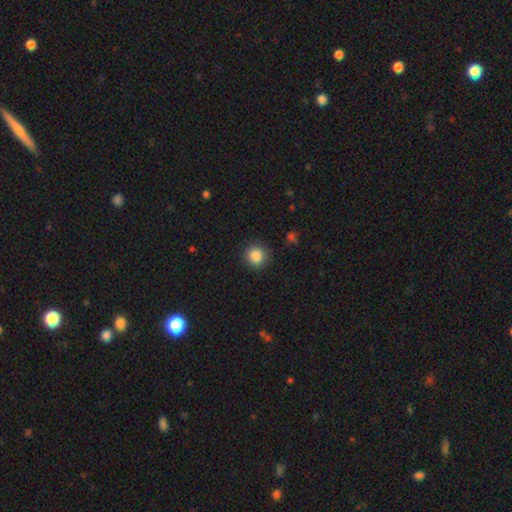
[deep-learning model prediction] Smooth or featured: smooth — 86% (star or artifact — 10%)
How rounded: round — 93% (in between — 6%)
Merging: none — 89% (minor disturbance — 7%)